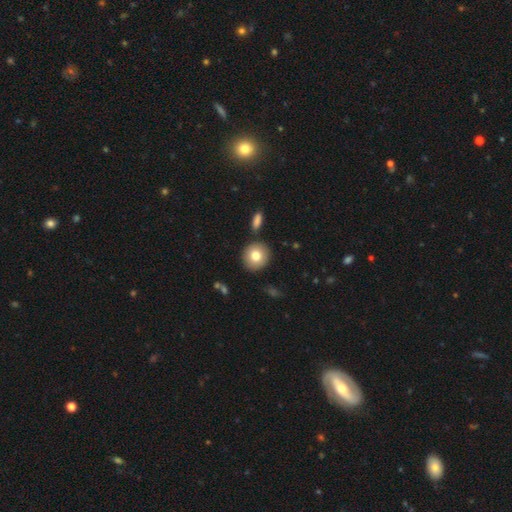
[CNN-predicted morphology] Smooth or featured? smooth (79%)
How rounded? round (89%)
Merging? none (86%)